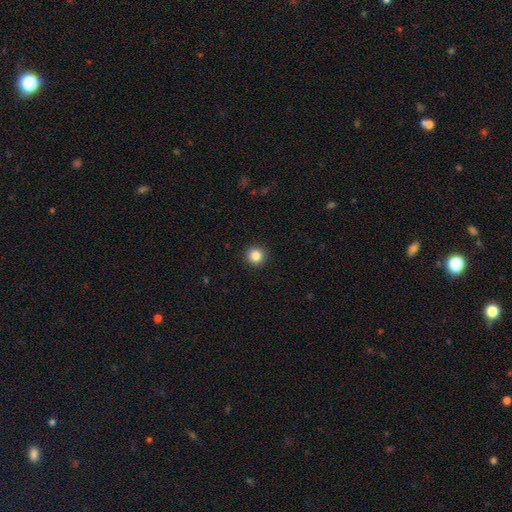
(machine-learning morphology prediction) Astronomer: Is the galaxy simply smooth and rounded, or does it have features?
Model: smooth — 85%.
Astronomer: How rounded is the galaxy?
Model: round — 95%.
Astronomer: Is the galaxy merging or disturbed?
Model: none — 92%.